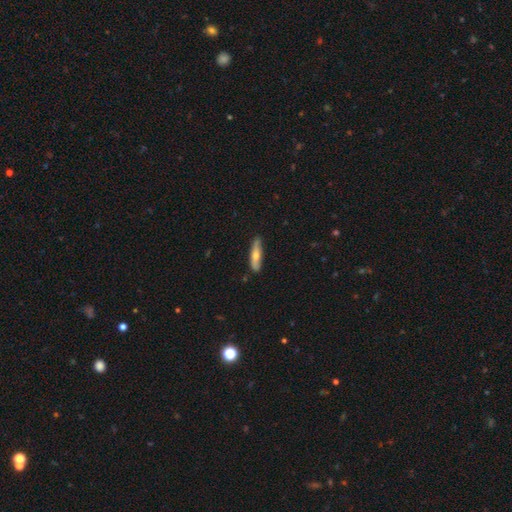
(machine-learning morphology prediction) Smooth or featured: smooth — 59% (featured or disk — 35%)
How rounded: cigar-shaped — 75% (in between — 23%)
Merging: none — 79% (minor disturbance — 17%)